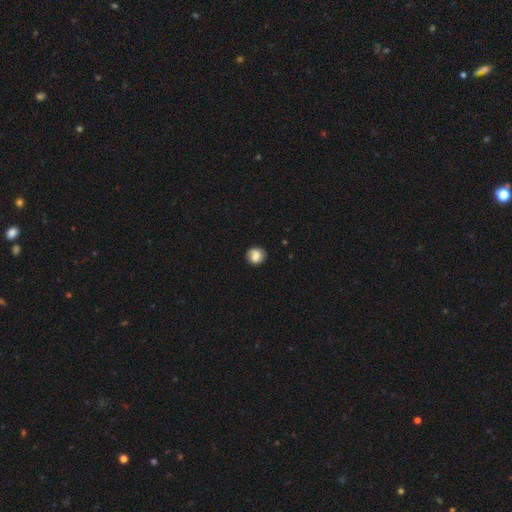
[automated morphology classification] smooth_or_featured: smooth (p=0.78) [alt: featured or disk p=0.13]
how_rounded: round (p=0.85) [alt: in between p=0.14]
merging: none (p=0.81) [alt: minor disturbance p=0.14]